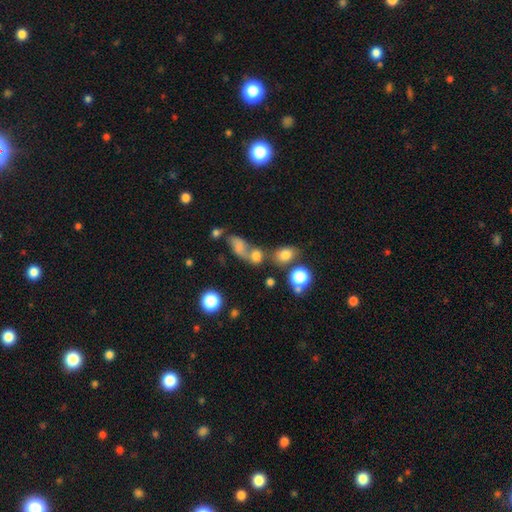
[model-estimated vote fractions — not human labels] This appears to be a smooth galaxy with no disk features (67%) that is in between round and cigar-shaped (54%). Merging: merger (44%).